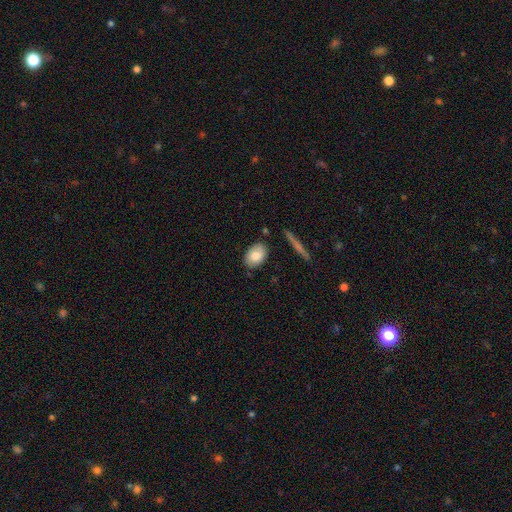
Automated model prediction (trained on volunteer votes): smooth 79%, featured or disk 15%, star or artifact 7%. Down the decision tree: how rounded — in between (84%); merging — none (81%).